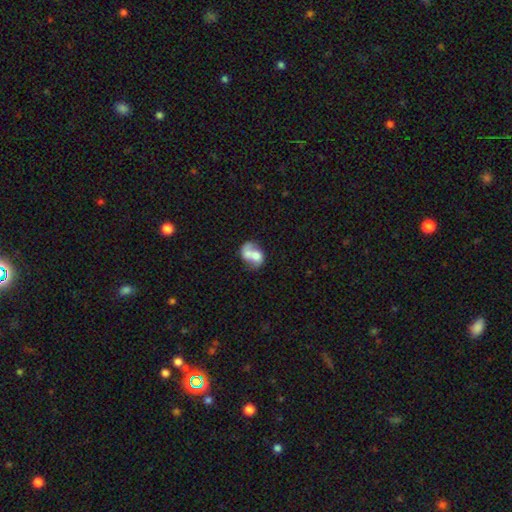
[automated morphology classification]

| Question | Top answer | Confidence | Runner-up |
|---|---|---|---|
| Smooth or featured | smooth | 51% | featured or disk (41%) |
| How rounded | in between | 60% | round (38%) |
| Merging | merger | 60% | none (18%) |